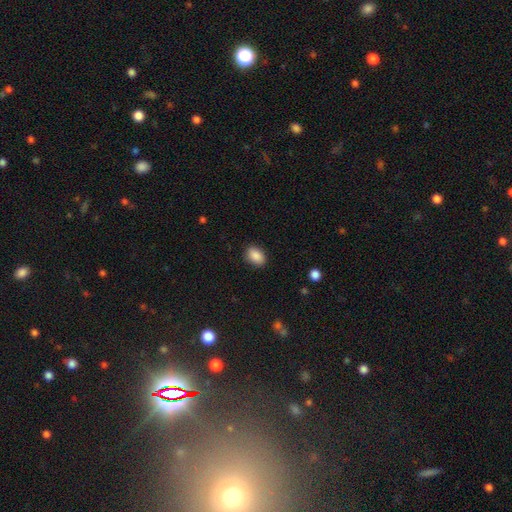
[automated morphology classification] smooth-or-featured: smooth: 89% | star or artifact: 8% | featured or disk: 4%
  how-rounded: in between: 82% | round: 16% | cigar-shaped: 1%
  merging: none: 87% | minor disturbance: 9% | major disturbance: 2% | merger: 1%